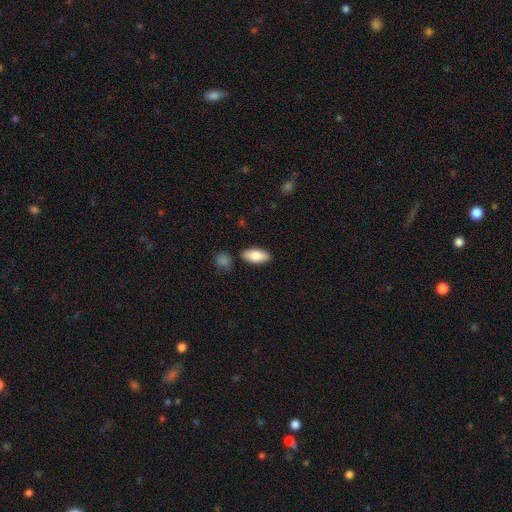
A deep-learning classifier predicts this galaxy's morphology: A smooth galaxy with no disk features (82%) that is in between round and cigar-shaped (88%). Merging: none (85%).